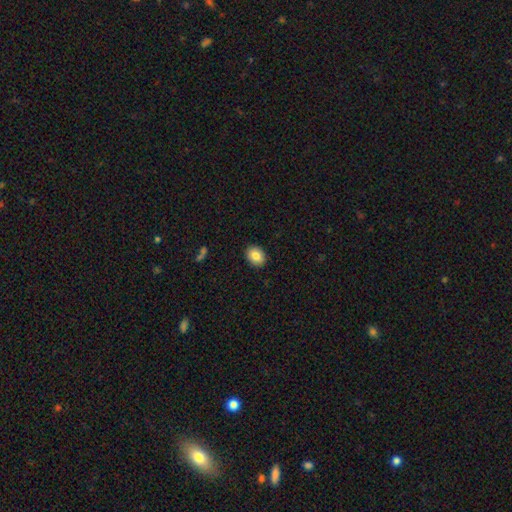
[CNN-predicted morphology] A smooth galaxy with no disk features (84%) that is in between round and cigar-shaped (58%).

Vote fractions:
- Smooth or featured? smooth: 84% / star or artifact: 8% / featured or disk: 8%
- How rounded? in between: 58% / round: 41% / cigar-shaped: 1%
- Merging? none: 90% / minor disturbance: 7% / major disturbance: 2% / merger: 1%